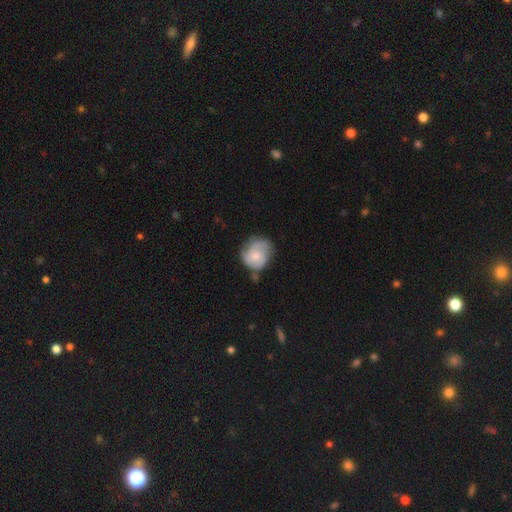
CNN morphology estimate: This appears to be a featured or disk galaxy (48%). Merging: none (50%).